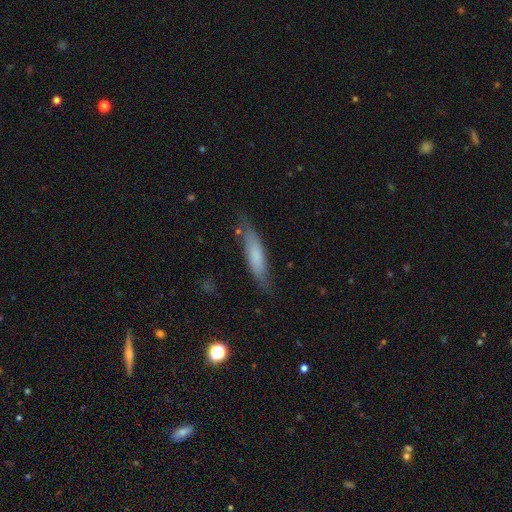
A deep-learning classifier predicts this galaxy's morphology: Smooth or featured? Predicted: smooth (p=0.71). How rounded? Predicted: cigar-shaped (p=0.77). Merging? Predicted: none (p=0.75).